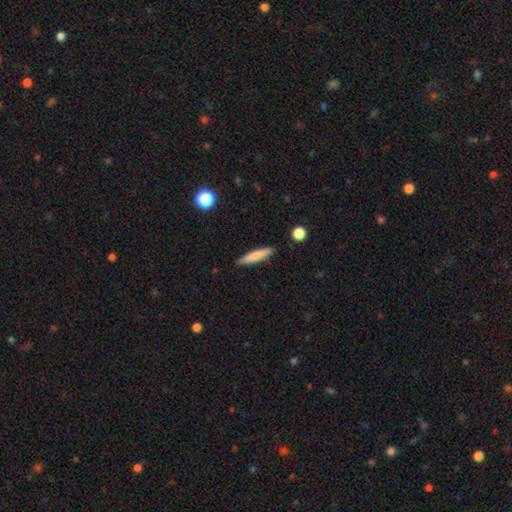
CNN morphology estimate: This appears to be a smooth galaxy with no disk features (79%) that is cigar-shaped (88%). Merging: none (89%).